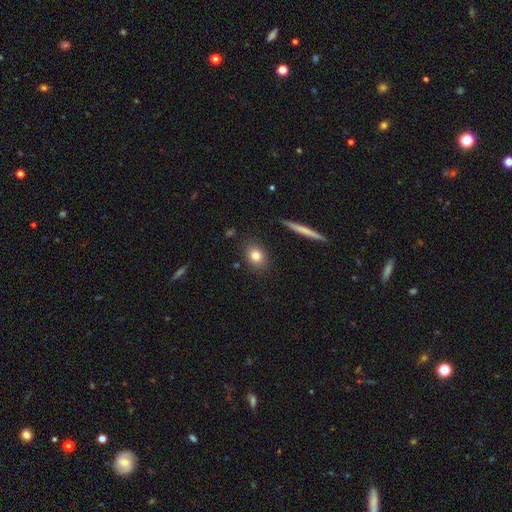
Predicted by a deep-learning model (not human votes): Smooth or featured?
  - smooth: 80% *
  - featured or disk: 11%
  - star or artifact: 9%
How rounded?
  - round: 52% *
  - in between: 45%
  - cigar-shaped: 3%
Merging?
  - none: 88% *
  - minor disturbance: 8%
  - major disturbance: 2%
  - merger: 2%